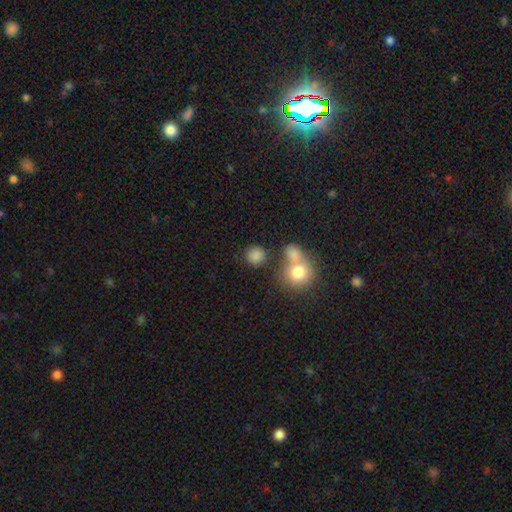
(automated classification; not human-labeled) The model was most divided on "merging": none: 69%, merger: 16%, minor disturbance: 10%, major disturbance: 5%. More confident: how rounded — round (88%); smooth or featured — smooth (83%).